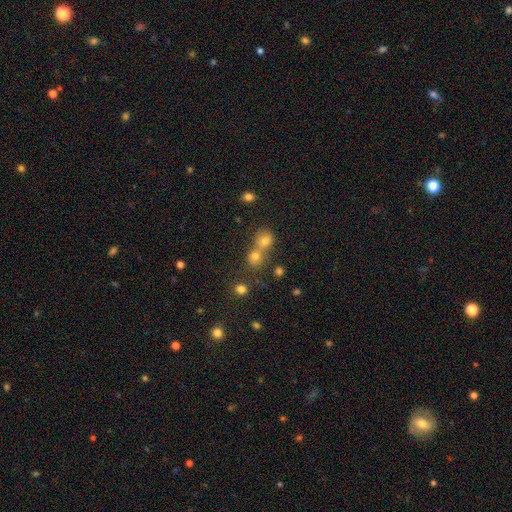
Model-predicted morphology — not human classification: smooth-or-featured: smooth: 61% | star or artifact: 26% | featured or disk: 13%
  how-rounded: round: 81% | in between: 17% | cigar-shaped: 1%
  merging: merger: 48% | none: 43% | minor disturbance: 6% | major disturbance: 3%